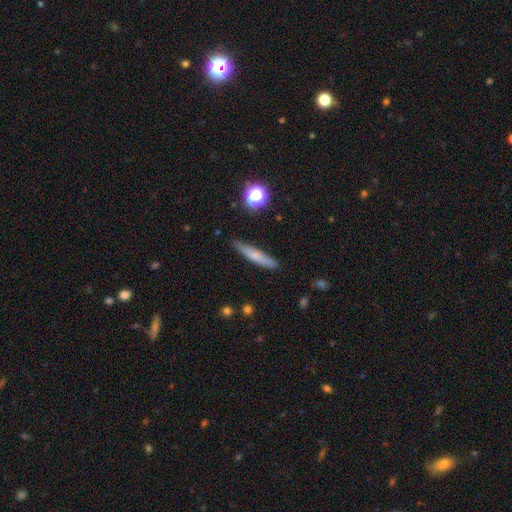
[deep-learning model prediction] Q: Smooth or featured?
A: smooth (65%); runner-up: featured or disk (27%)
Q: How rounded?
A: cigar-shaped (91%); runner-up: in between (7%)
Q: Merging?
A: none (85%); runner-up: minor disturbance (11%)